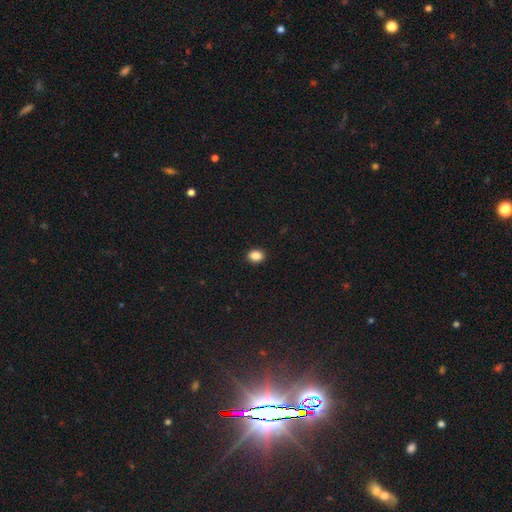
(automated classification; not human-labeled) Smooth or featured: smooth — 87% (star or artifact — 10%)
How rounded: in between — 52% (round — 47%)
Merging: none — 92% (minor disturbance — 6%)